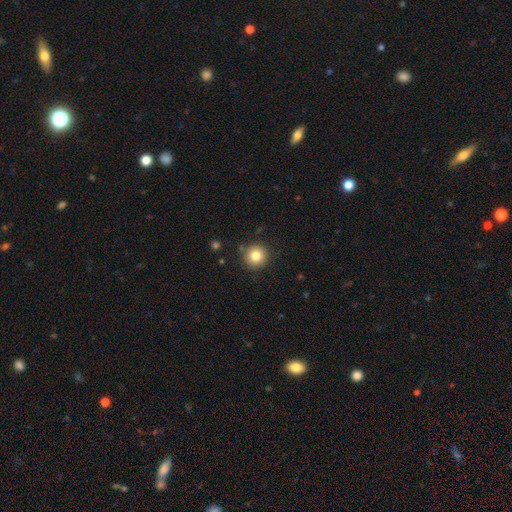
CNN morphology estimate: This appears to be a smooth galaxy with no disk features (82%) that is round (94%). Merging: none (88%).